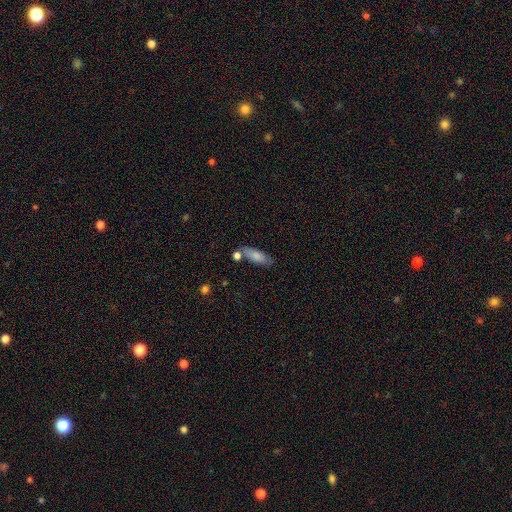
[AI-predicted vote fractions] Q: Smooth or featured?
A: smooth (79%); runner-up: featured or disk (14%)
Q: How rounded?
A: in between (69%); runner-up: cigar-shaped (29%)
Q: Merging?
A: none (68%); runner-up: minor disturbance (16%)